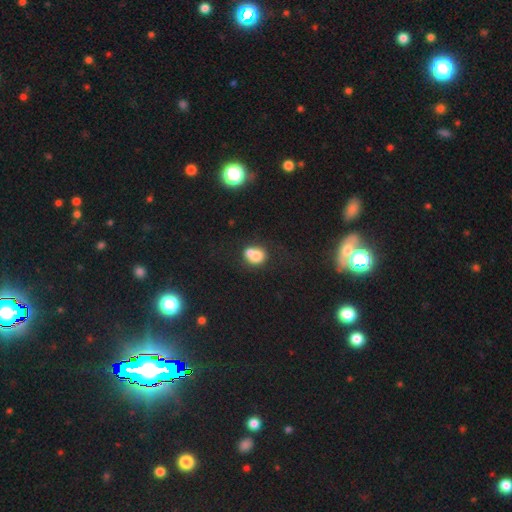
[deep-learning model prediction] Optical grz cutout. It shows a smooth galaxy with no disk features (73%) that is round (73%). Merging: merger (51%).